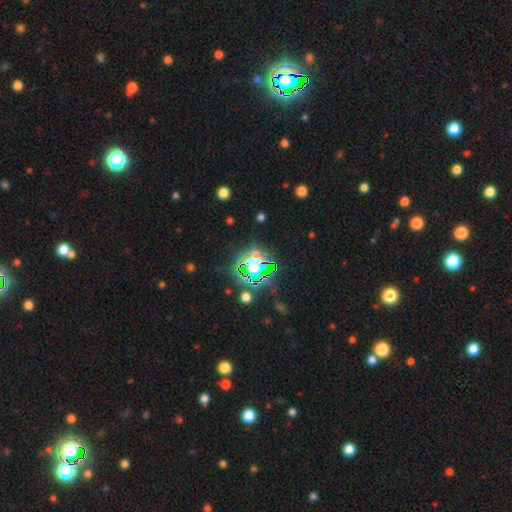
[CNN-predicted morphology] smooth_or_featured: star or artifact (p=0.69) [alt: smooth p=0.20]